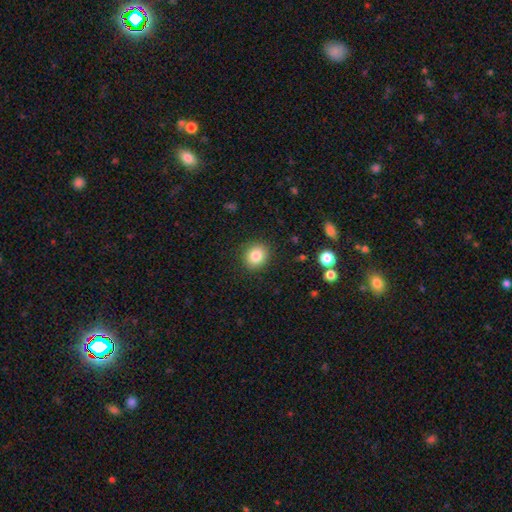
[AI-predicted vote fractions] smooth 83%, star or artifact 10%, featured or disk 7%. Down the decision tree: how rounded — round (76%); merging — none (89%).